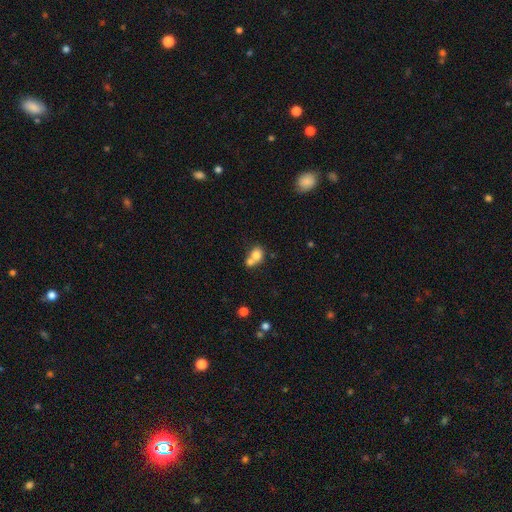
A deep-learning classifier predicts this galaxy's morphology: smooth_or_featured: smooth (p=0.76) [alt: featured or disk p=0.14]
how_rounded: round (p=0.61) [alt: in between p=0.38]
merging: merger (p=0.62) [alt: none p=0.28]